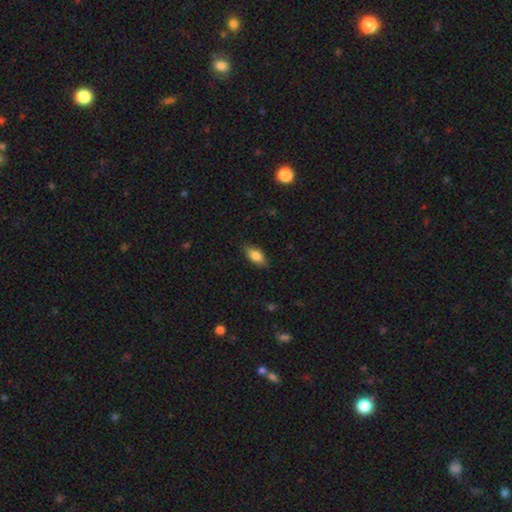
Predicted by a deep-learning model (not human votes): smooth 80%, featured or disk 12%, star or artifact 7%. Down the decision tree: how rounded — in between (86%); merging — none (85%).